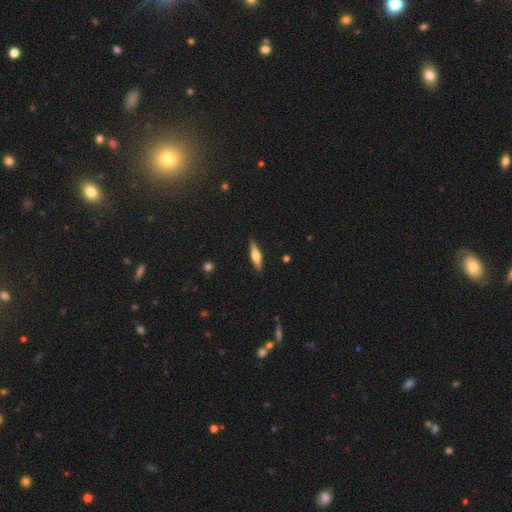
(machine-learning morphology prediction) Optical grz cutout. It shows a featured or disk galaxy (49%). Merging: none (89%).